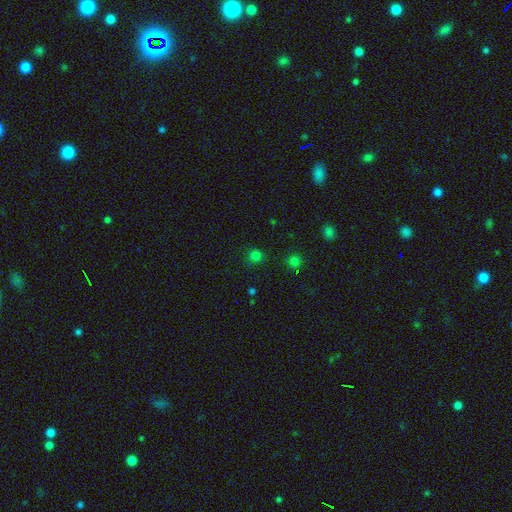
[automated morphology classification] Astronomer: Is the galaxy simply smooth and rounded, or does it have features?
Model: smooth — 75%.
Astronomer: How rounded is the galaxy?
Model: round — 92%.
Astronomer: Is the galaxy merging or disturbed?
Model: none — 87%.